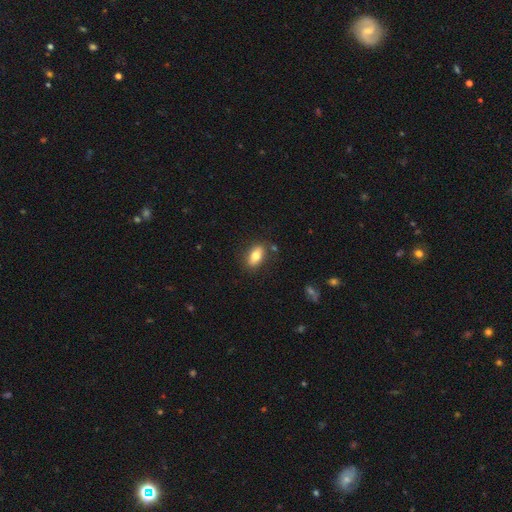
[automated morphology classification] smooth_or_featured: smooth (p=0.77) [alt: featured or disk p=0.16]
how_rounded: in between (p=0.86) [alt: cigar-shaped p=0.08]
merging: none (p=0.83) [alt: minor disturbance p=0.12]